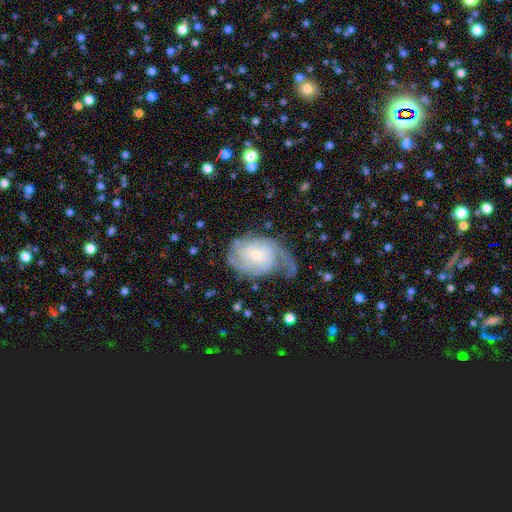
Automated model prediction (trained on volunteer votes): The model was most divided on "spiral arm count": 2: 36%, can't tell: 29%, 1: 13%, 3: 12%, 4: 5%, more than 4: 4%. Remaining: edge-on disk — no (97%); spiral arms — yes (93%); smooth or featured — featured or disk (79%); bulge size — small (69%); bar — no (65%); spiral winding — tight (48%); merging — none (41%).